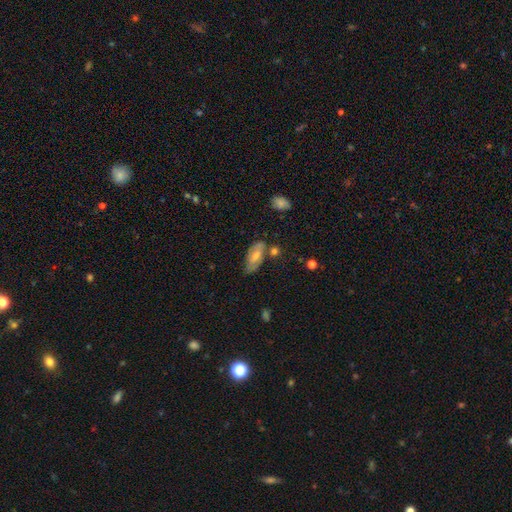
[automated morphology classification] featured or disk 50%, smooth 40%, star or artifact 10%. Down the decision tree: edge-on disk — no (84%); merging — none (65%).